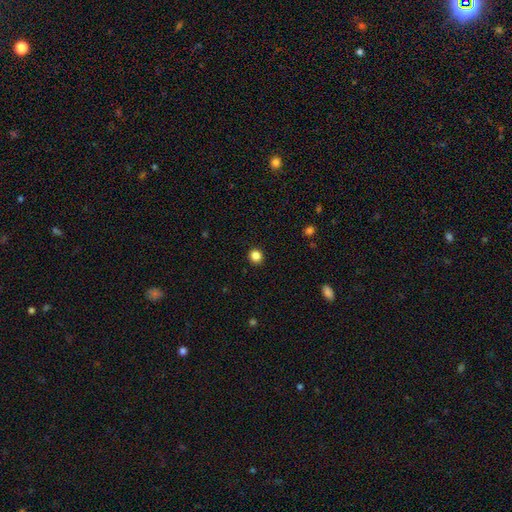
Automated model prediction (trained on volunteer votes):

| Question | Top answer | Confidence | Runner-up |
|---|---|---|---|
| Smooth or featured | smooth | 85% | star or artifact (12%) |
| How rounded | round | 92% | in between (8%) |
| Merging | none | 92% | minor disturbance (5%) |